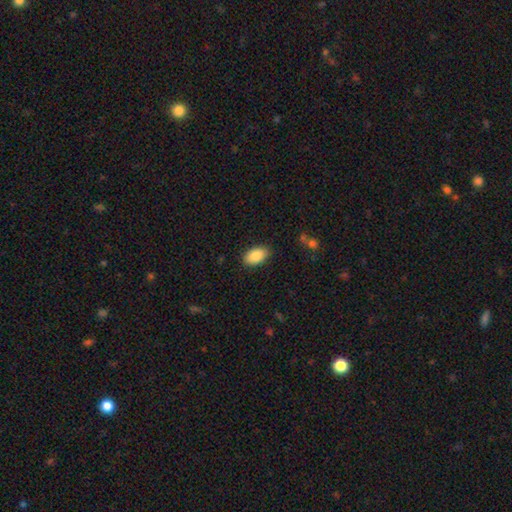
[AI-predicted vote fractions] A smooth galaxy with no disk features (88%) that is in between round and cigar-shaped (94%). Merging: none (87%).